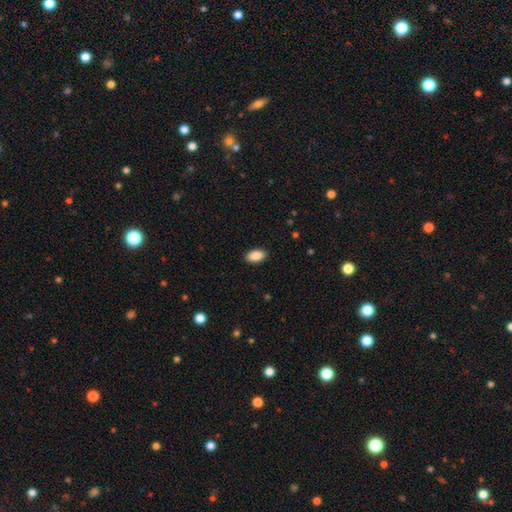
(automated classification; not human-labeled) Morphology: type=smooth (89%); roundness=in between (93%); merging=none (89%).